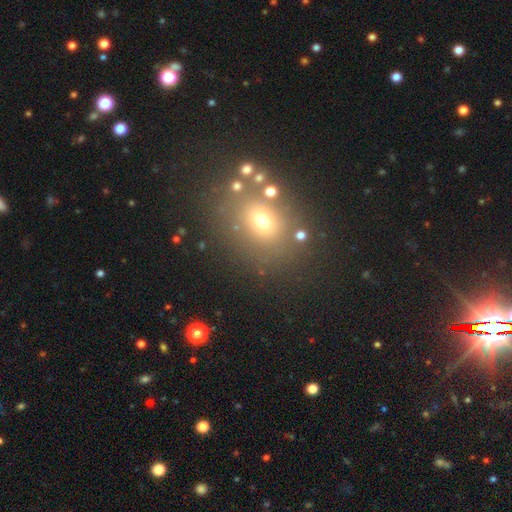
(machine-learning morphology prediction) Smooth or featured? Predicted: smooth (p=0.48). Merging? Predicted: none (p=0.76).